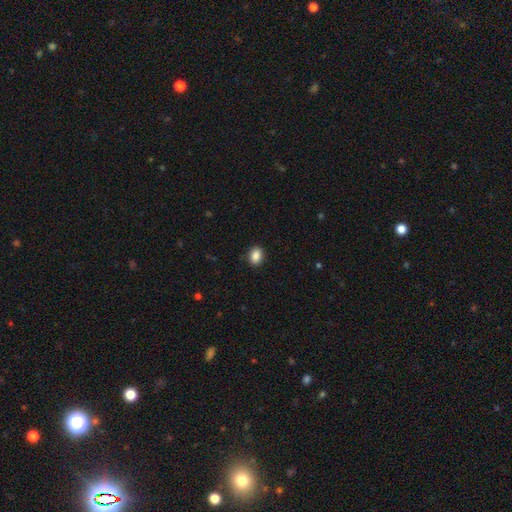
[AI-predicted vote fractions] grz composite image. It shows a smooth galaxy with no disk features (88%) that is in between round and cigar-shaped (65%). Merging: none (89%).